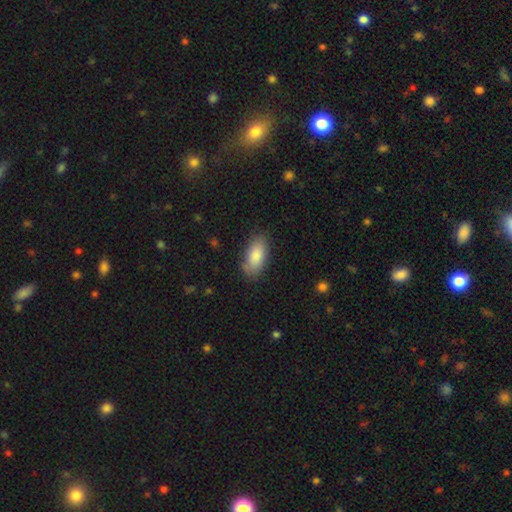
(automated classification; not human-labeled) Smooth or featured?
  - smooth: 84% *
  - featured or disk: 9%
  - star or artifact: 6%
How rounded?
  - in between: 89% *
  - cigar-shaped: 8%
  - round: 2%
Merging?
  - none: 80% *
  - minor disturbance: 15%
  - major disturbance: 3%
  - merger: 1%